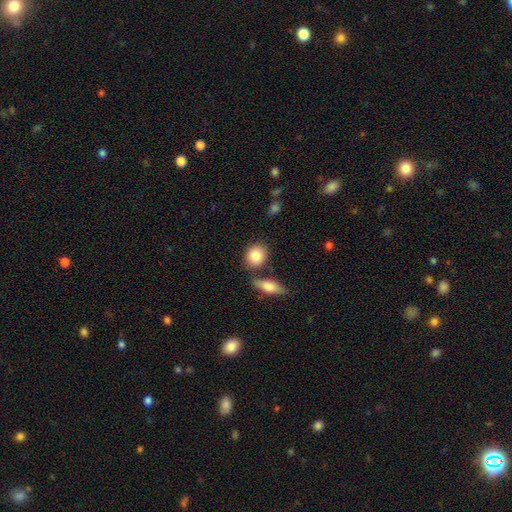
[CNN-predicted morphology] Q: Smooth or featured?
A: smooth (86%); runner-up: featured or disk (7%)
Q: How rounded?
A: round (49%); runner-up: in between (48%)
Q: Merging?
A: none (69%); runner-up: merger (15%)